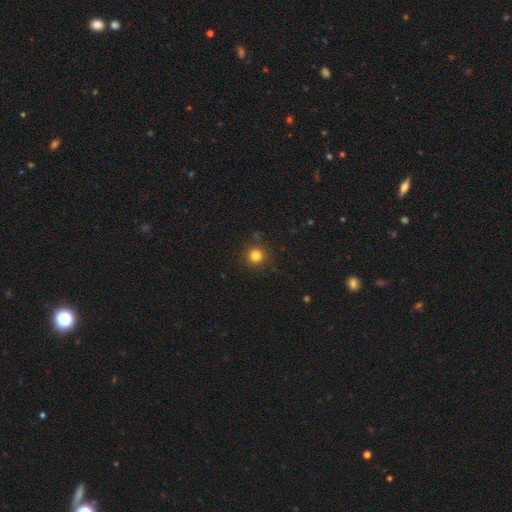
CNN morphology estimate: A smooth galaxy with no disk features (82%) that is round (94%).

Vote fractions:
- Smooth or featured? smooth: 82% / star or artifact: 13% / featured or disk: 5%
- How rounded? round: 94% / in between: 5% / cigar-shaped: 1%
- Merging? none: 89% / minor disturbance: 7% / major disturbance: 2% / merger: 2%